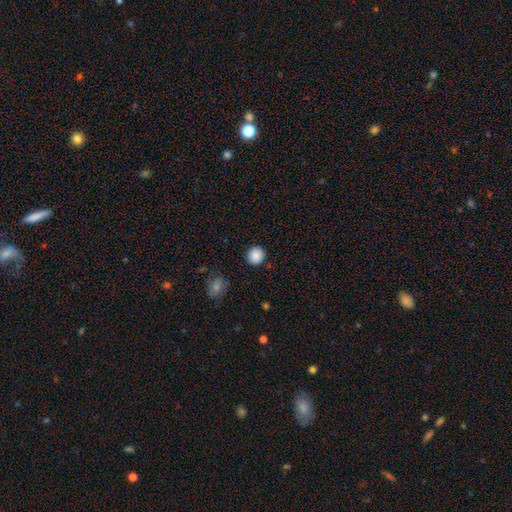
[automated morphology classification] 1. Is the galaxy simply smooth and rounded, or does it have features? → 88% smooth, 9% star or artifact, 3% featured or disk.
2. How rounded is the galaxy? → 89% round, 10% in between, 1% cigar-shaped.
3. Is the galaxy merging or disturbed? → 90% none, 6% minor disturbance, 2% major disturbance, 1% merger.